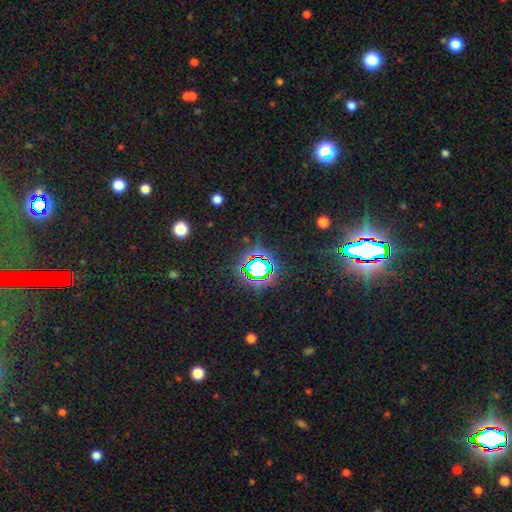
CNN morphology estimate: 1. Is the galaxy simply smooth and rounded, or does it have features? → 84% star or artifact, 10% smooth, 6% featured or disk.